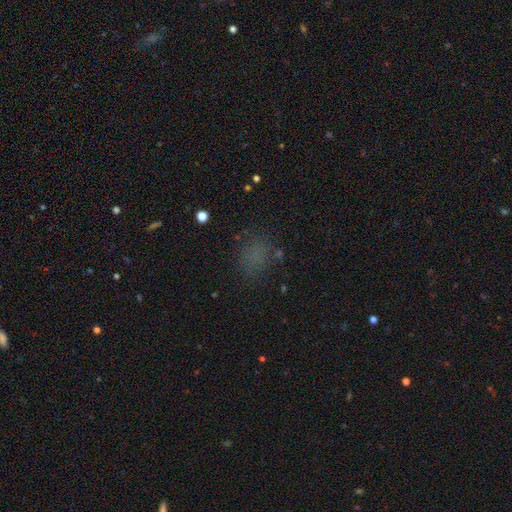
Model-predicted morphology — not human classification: Smooth or featured?
  - smooth: 66% *
  - star or artifact: 26%
  - featured or disk: 9%
How rounded?
  - round: 61% *
  - in between: 37%
  - cigar-shaped: 2%
Merging?
  - none: 74% *
  - minor disturbance: 14%
  - major disturbance: 9%
  - merger: 3%